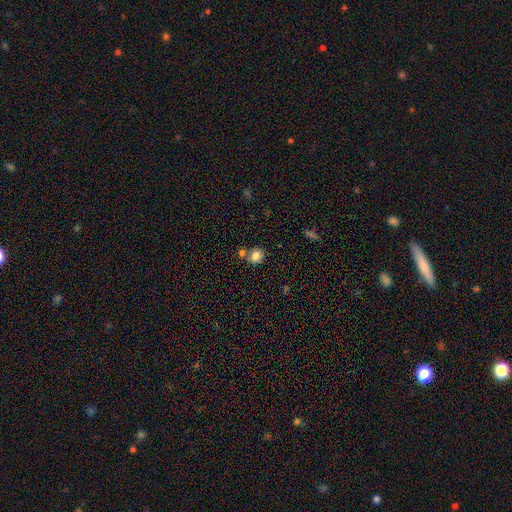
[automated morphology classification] smooth_or_featured: smooth (p=0.81) [alt: star or artifact p=0.11]
how_rounded: round (p=0.81) [alt: in between p=0.18]
merging: none (p=0.66) [alt: merger p=0.20]